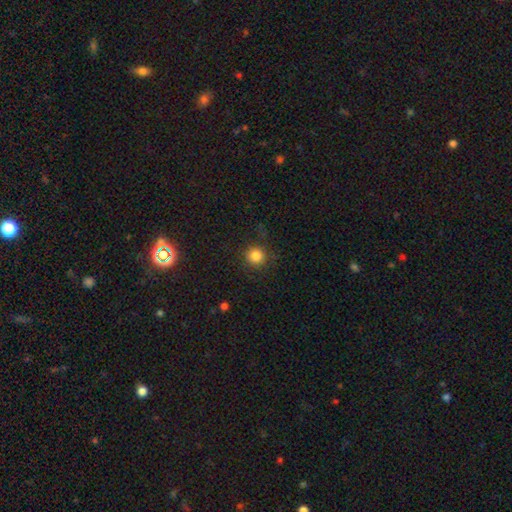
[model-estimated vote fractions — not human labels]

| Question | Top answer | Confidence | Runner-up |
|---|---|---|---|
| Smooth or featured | smooth | 84% | star or artifact (12%) |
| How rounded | round | 94% | in between (5%) |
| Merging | none | 86% | minor disturbance (9%) |